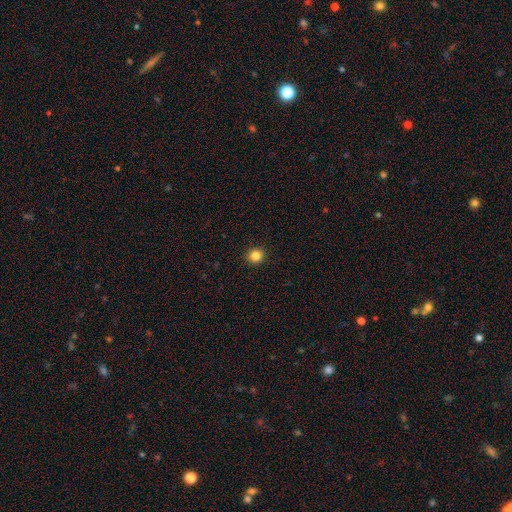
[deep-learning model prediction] smooth-or-featured: smooth: 84% | star or artifact: 12% | featured or disk: 4%
  how-rounded: round: 91% | in between: 8% | cigar-shaped: 1%
  merging: none: 93% | minor disturbance: 5% | major disturbance: 2% | merger: 1%